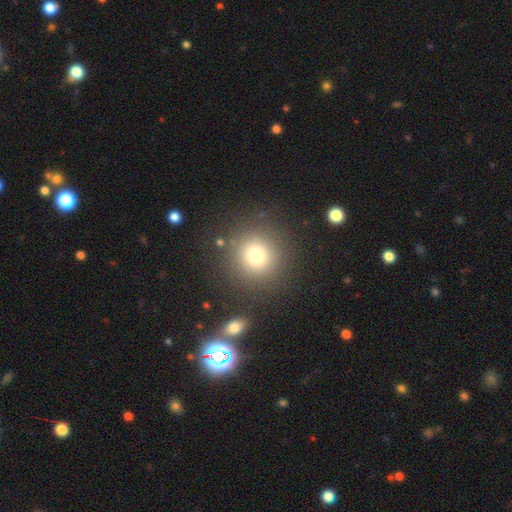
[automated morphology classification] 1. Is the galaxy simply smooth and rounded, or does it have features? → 75% smooth, 15% star or artifact, 10% featured or disk.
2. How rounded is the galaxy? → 93% round, 6% in between, 1% cigar-shaped.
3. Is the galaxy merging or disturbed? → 85% none, 8% minor disturbance, 4% merger, 4% major disturbance.